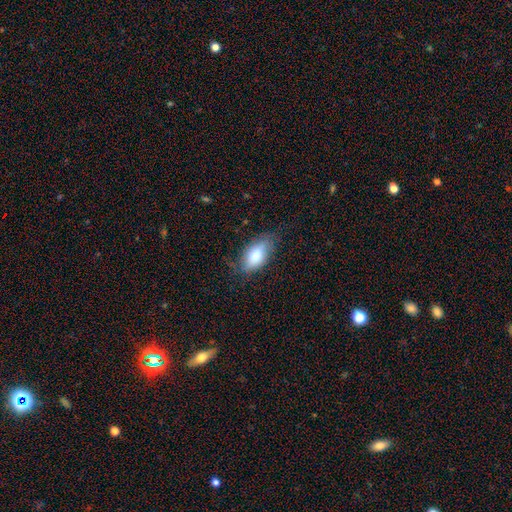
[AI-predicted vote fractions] Smooth or featured?
  - smooth: 77% *
  - featured or disk: 16%
  - star or artifact: 7%
How rounded?
  - in between: 91% *
  - cigar-shaped: 6%
  - round: 4%
Merging?
  - none: 65% *
  - minor disturbance: 26%
  - major disturbance: 7%
  - merger: 1%